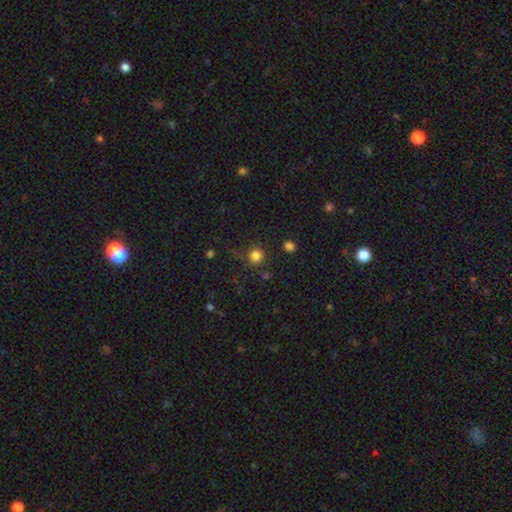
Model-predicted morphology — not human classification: Smooth or featured? smooth (82%)
How rounded? round (93%)
Merging? none (82%)